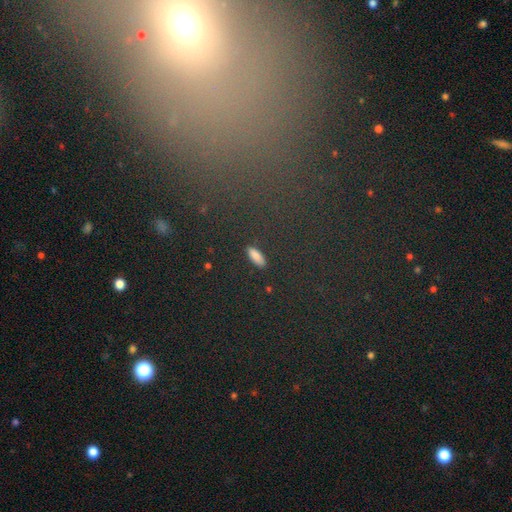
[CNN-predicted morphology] type=smooth (83%); roundness=in between (67%); merging=none (89%).